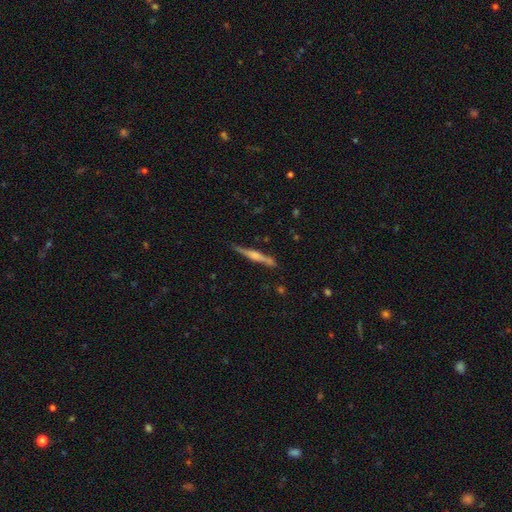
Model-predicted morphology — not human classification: A featured or disk galaxy (63%) viewed edge-on (97%) with a rounded central bulge (56%).

Vote fractions:
- Smooth or featured? featured or disk: 63% / smooth: 30% / star or artifact: 6%
- Edge-on disk? yes: 97% / no: 3%
- Edge-on bulge? rounded: 56% / boxy: 28% / none: 17%
- Merging? none: 82% / minor disturbance: 13% / merger: 3% / major disturbance: 2%